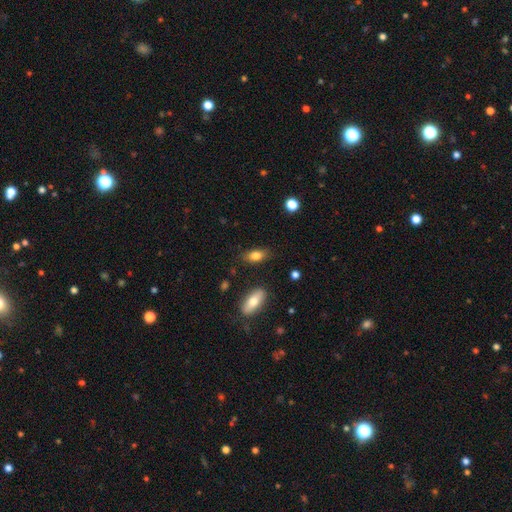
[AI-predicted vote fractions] smooth 80%, featured or disk 12%, star or artifact 8%. Down the decision tree: how rounded — in between (82%); merging — none (82%).